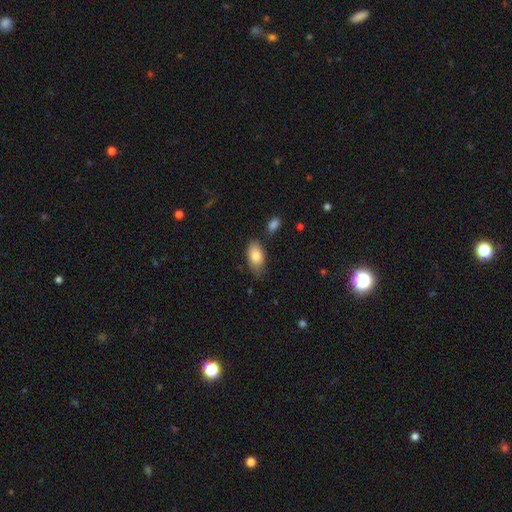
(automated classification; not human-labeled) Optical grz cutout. It shows a smooth galaxy with no disk features (83%) that is in between round and cigar-shaped (93%). Merging: none (71%).